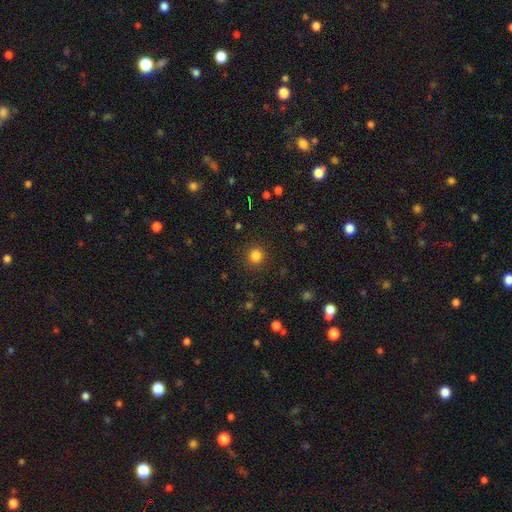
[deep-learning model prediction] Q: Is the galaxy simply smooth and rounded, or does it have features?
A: smooth — 82%.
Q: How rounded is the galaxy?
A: round — 92%.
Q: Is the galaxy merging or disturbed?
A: none — 90%.